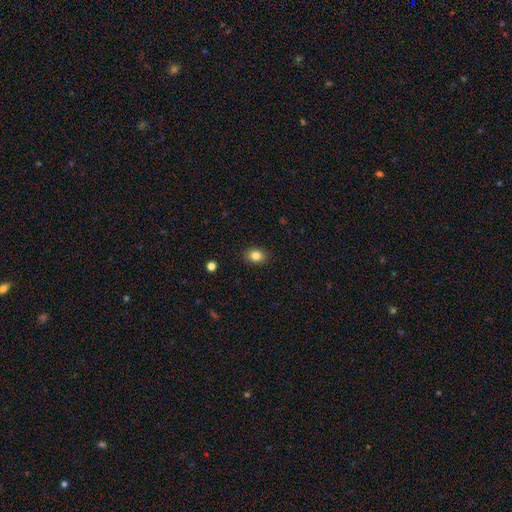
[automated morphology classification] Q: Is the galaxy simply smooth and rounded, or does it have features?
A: smooth — 84%.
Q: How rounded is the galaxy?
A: in between — 59%.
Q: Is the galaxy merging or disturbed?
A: none — 89%.